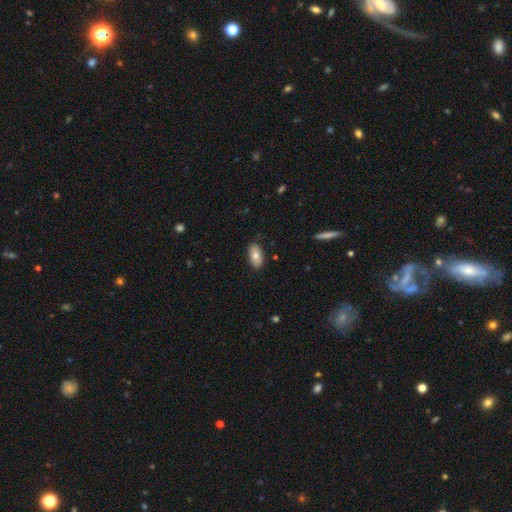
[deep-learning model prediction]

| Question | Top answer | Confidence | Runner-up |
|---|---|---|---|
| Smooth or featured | smooth | 72% | featured or disk (21%) |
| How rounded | in between | 93% | round (4%) |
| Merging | none | 85% | minor disturbance (11%) |